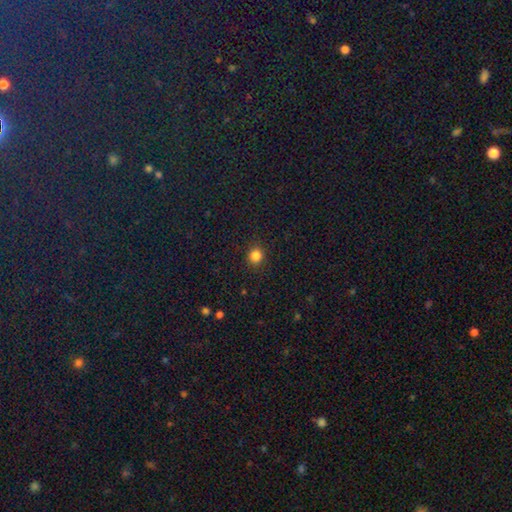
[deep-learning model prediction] smooth_or_featured: smooth (p=0.84) [alt: star or artifact p=0.12]
how_rounded: round (p=0.89) [alt: in between p=0.10]
merging: none (p=0.91) [alt: minor disturbance p=0.06]